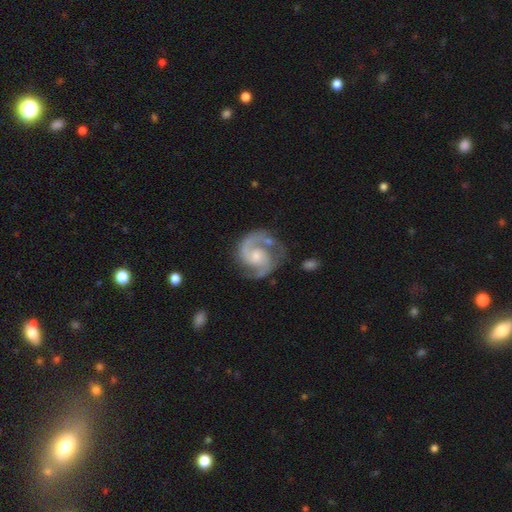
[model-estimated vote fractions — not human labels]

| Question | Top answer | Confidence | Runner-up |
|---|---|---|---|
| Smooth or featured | featured or disk | 91% | smooth (5%) |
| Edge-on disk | no | 98% | yes (2%) |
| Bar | no | 58% | weak (35%) |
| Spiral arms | yes | 98% | no (2%) |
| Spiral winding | medium | 56% | tight (31%) |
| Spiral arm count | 2 | 87% | 1 (4%) |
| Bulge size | small | 46% | moderate (41%) |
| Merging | none | 69% | minor disturbance (18%) |